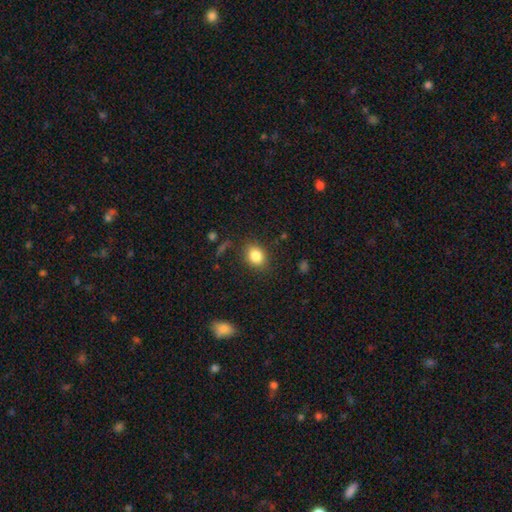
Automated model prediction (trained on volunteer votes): Morphology: type=smooth (83%); roundness=round (50%); merging=none (83%).